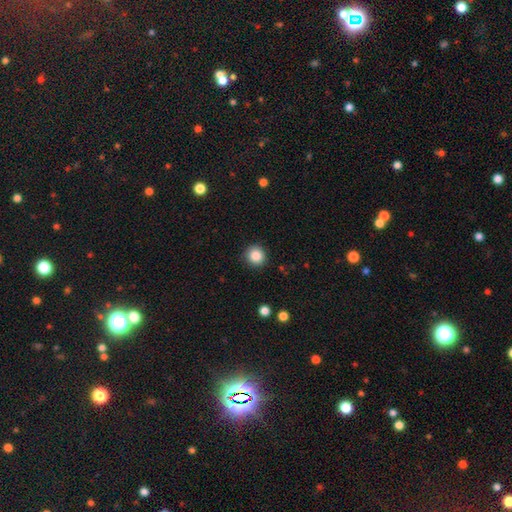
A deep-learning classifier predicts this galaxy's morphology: smooth_or_featured: smooth (p=0.86) [alt: star or artifact p=0.10]
how_rounded: round (p=0.93) [alt: in between p=0.06]
merging: none (p=0.89) [alt: minor disturbance p=0.07]